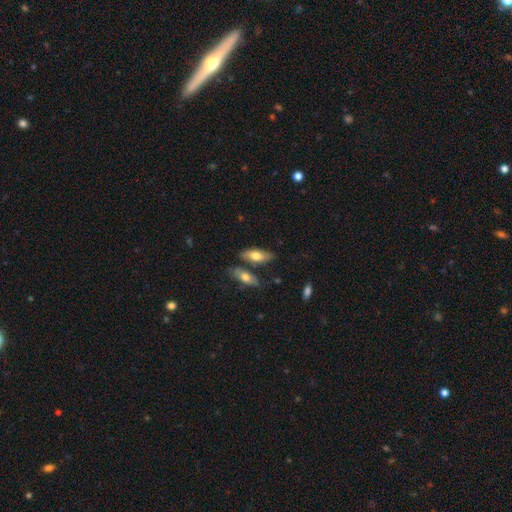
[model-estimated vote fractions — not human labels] Overall: smooth (67%; featured or disk 27%). How rounded: in between (73%). Merging: none (65%).